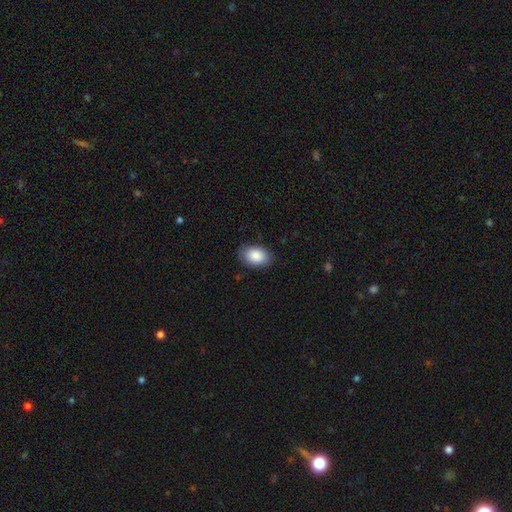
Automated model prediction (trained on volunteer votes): A smooth galaxy with no disk features (88%) that is in between round and cigar-shaped (85%). Merging: none (84%).